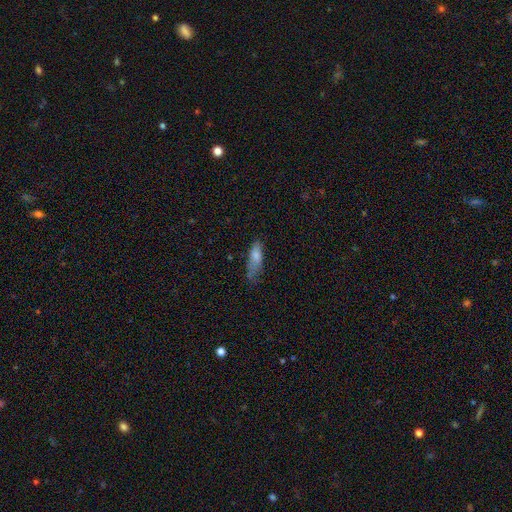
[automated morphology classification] smooth 75%, featured or disk 17%, star or artifact 7%. Down the decision tree: how rounded — in between (57%); merging — none (43%).